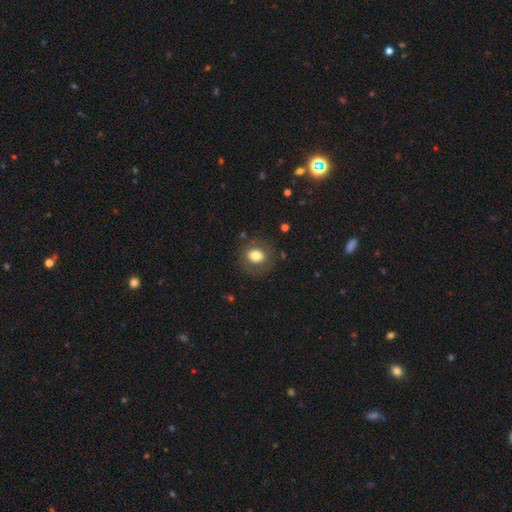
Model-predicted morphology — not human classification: The model was most divided on "how rounded": round: 67%, in between: 32%, cigar-shaped: 1%. More confident: merging — none (80%); smooth or featured — smooth (72%).